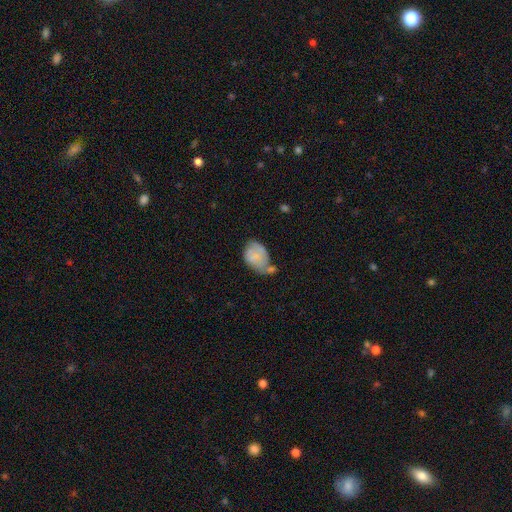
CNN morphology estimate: Q: Smooth or featured?
A: smooth (67%); runner-up: featured or disk (25%)
Q: How rounded?
A: in between (80%); runner-up: round (19%)
Q: Merging?
A: minor disturbance (30%); runner-up: none (27%)